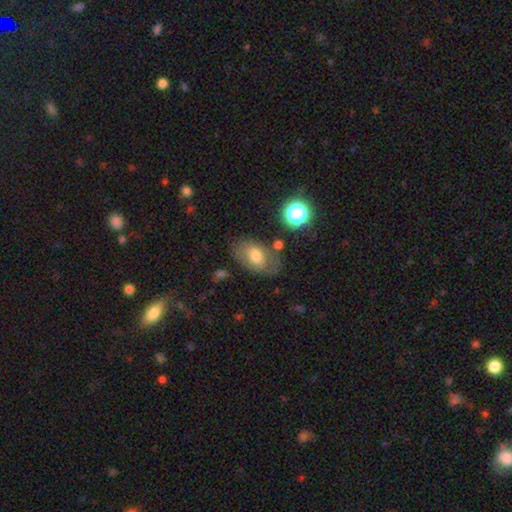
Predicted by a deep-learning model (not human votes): Overall: smooth (64%; featured or disk 26%). How rounded: in between (84%). Merging: none (63%).